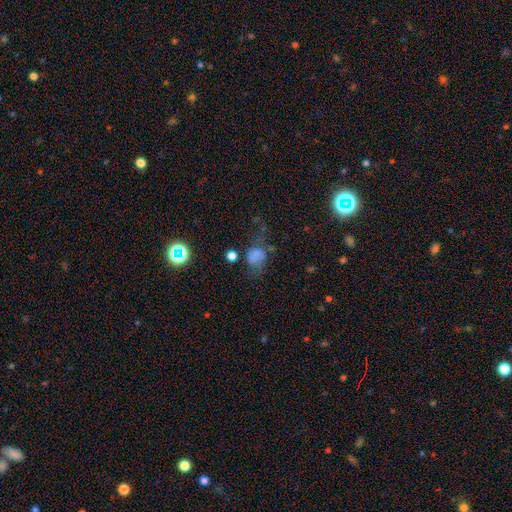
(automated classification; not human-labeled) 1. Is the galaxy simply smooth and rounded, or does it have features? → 67% smooth, 18% star or artifact, 16% featured or disk.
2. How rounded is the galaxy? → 50% in between, 48% round, 1% cigar-shaped.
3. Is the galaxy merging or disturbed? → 38% none, 29% major disturbance, 26% minor disturbance, 6% merger.